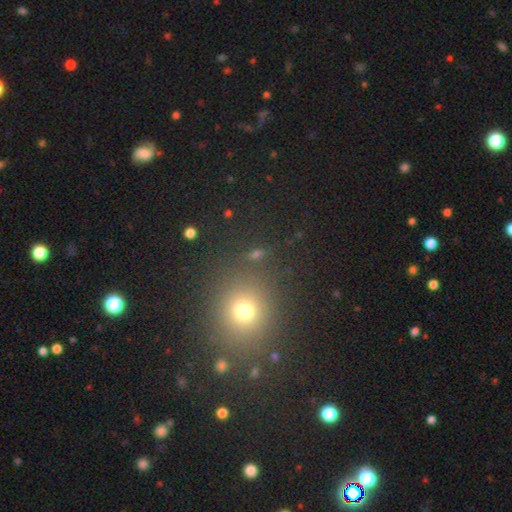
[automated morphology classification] A smooth galaxy with no disk features (59%) that is round (68%). Merging: none (82%).